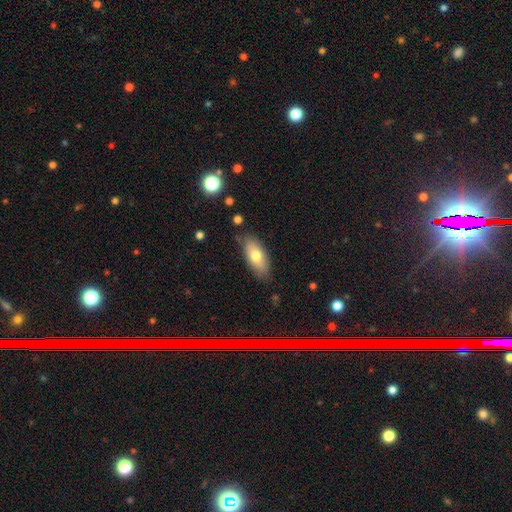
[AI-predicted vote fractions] This appears to be a smooth galaxy with no disk features (72%) that is in between round and cigar-shaped (84%). Merging: none (79%).